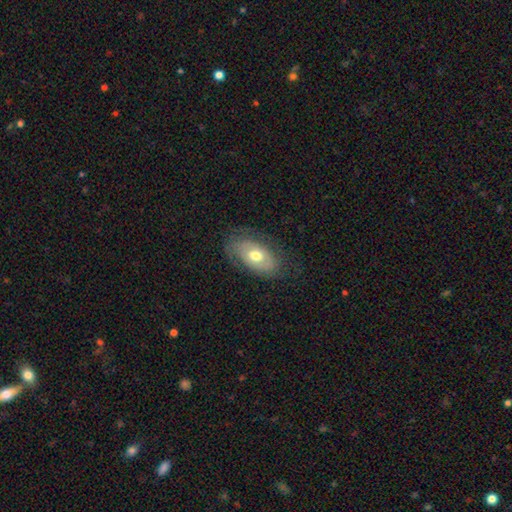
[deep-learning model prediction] Smooth or featured? smooth (47%)
Merging? none (70%)